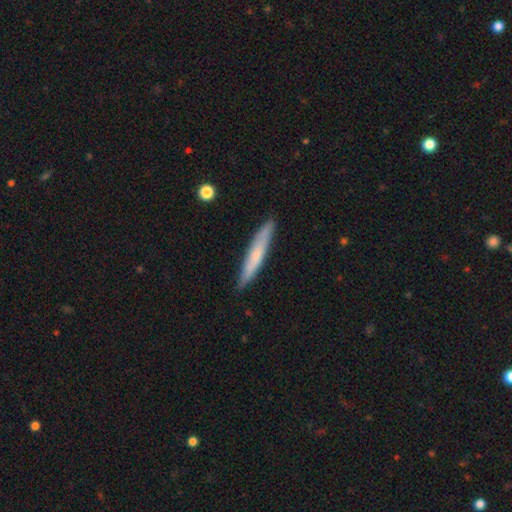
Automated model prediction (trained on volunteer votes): Smooth or featured? Predicted: smooth (p=0.60). How rounded? Predicted: cigar-shaped (p=0.94). Merging? Predicted: none (p=0.88).